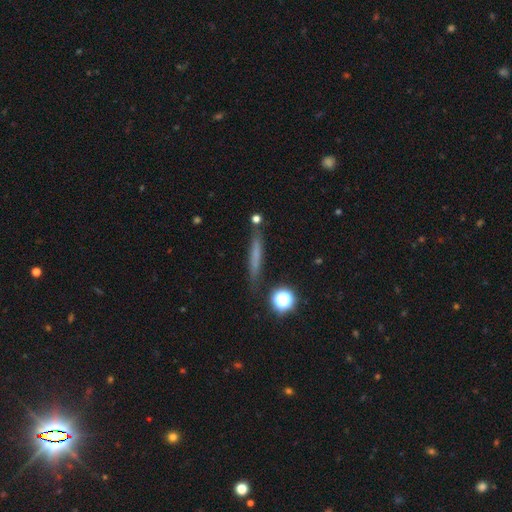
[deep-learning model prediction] Morphology: type=smooth (57%); roundness=cigar-shaped (89%); merging=none (80%).